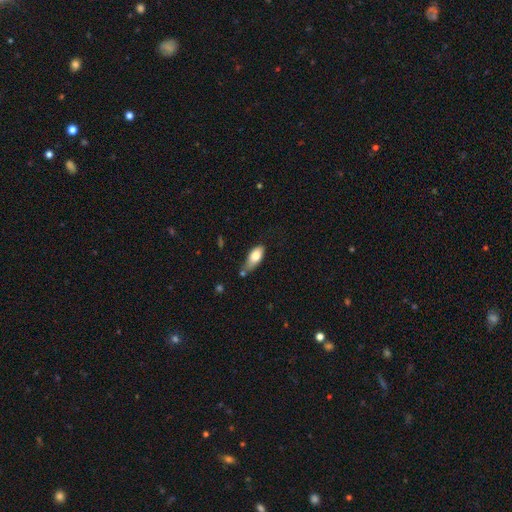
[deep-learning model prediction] Q: Smooth or featured?
A: smooth (77%); runner-up: featured or disk (16%)
Q: How rounded?
A: in between (85%); runner-up: cigar-shaped (12%)
Q: Merging?
A: none (41%); runner-up: minor disturbance (34%)